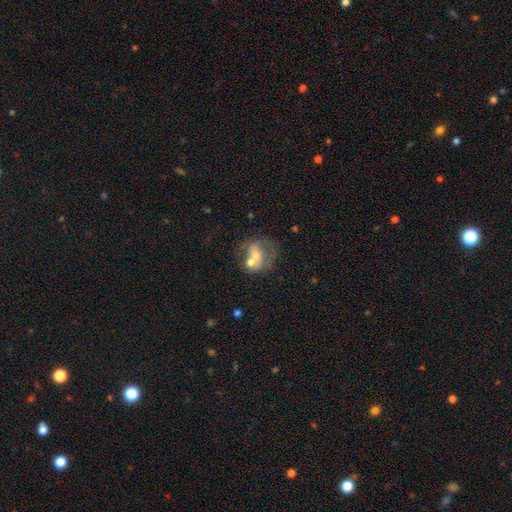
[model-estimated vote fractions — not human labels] Smooth or featured? smooth (46%)
Merging? merger (50%)